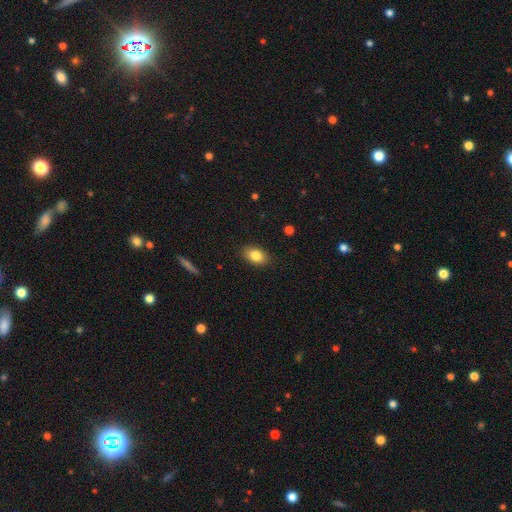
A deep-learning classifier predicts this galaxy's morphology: Smooth or featured: smooth — 84% (star or artifact — 8%)
How rounded: in between — 87% (round — 11%)
Merging: none — 87% (minor disturbance — 9%)